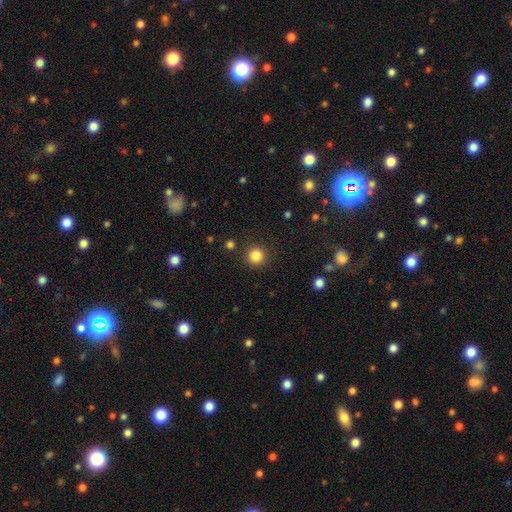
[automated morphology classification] Smooth or featured: smooth — 85% (star or artifact — 12%)
How rounded: round — 94% (in between — 5%)
Merging: none — 90% (minor disturbance — 6%)